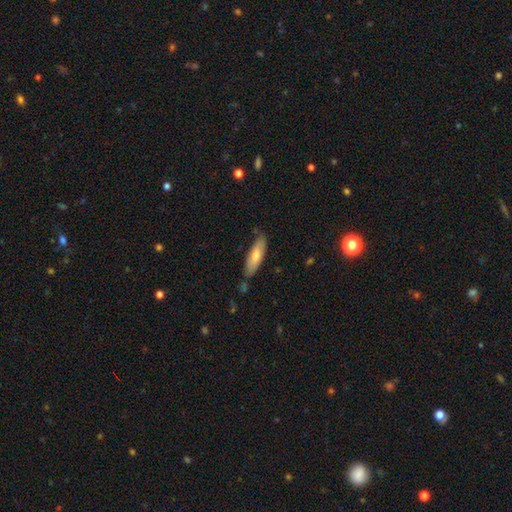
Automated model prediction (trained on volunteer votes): Smooth or featured: smooth — 70% (featured or disk — 24%)
How rounded: cigar-shaped — 50% (in between — 49%)
Merging: none — 70% (minor disturbance — 22%)